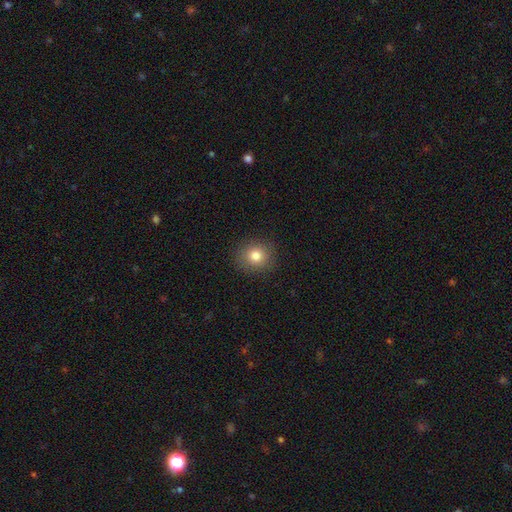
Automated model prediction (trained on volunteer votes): This appears to be a smooth galaxy with no disk features (81%) that is round (84%). Merging: none (89%).